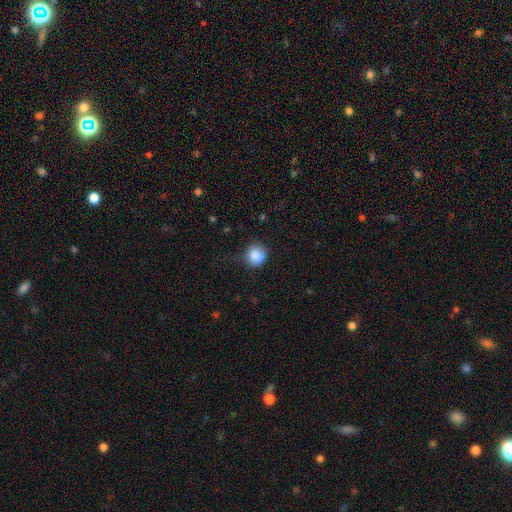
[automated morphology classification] The model was most divided on "merging": none: 62%, minor disturbance: 27%, major disturbance: 9%, merger: 2%. More confident: smooth or featured — smooth (86%); how rounded — round (82%).